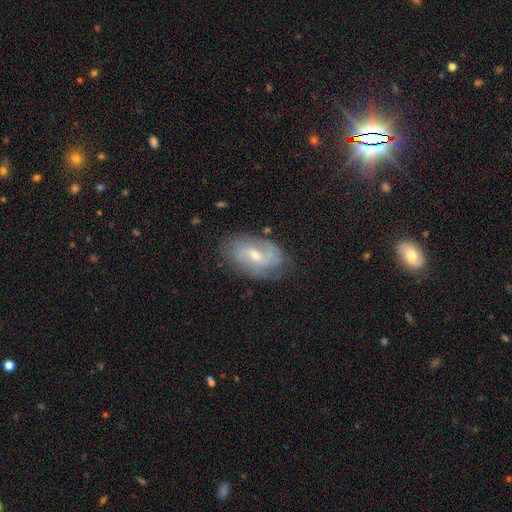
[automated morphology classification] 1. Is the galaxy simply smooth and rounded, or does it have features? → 76% featured or disk, 18% smooth, 7% star or artifact.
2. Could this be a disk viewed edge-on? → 96% no, 4% yes.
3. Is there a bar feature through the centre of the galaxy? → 55% weak, 32% no, 12% strong.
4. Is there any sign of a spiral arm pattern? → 90% yes, 10% no.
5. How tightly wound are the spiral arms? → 44% medium, 35% tight, 21% loose.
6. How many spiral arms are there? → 58% 2, 23% can't tell, 10% 3, 4% 1, 3% 4, 2% more than 4.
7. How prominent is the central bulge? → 53% moderate, 42% small, 2% large, 2% none, 1% dominant.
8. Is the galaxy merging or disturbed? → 72% none, 20% minor disturbance, 7% major disturbance, 2% merger.